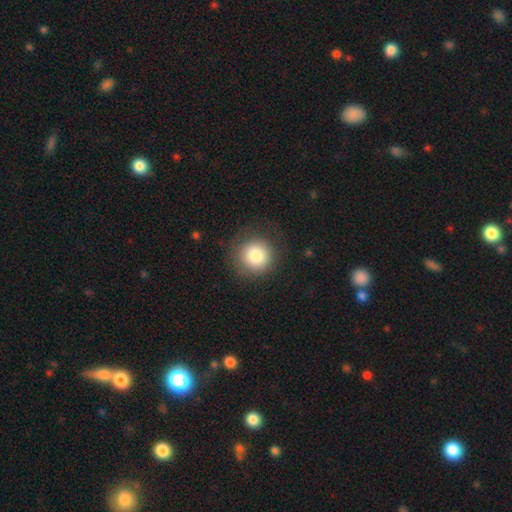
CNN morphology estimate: A smooth galaxy with no disk features (82%) that is round (94%).

Vote fractions:
- Smooth or featured? smooth: 82% / star or artifact: 9% / featured or disk: 9%
- How rounded? round: 94% / in between: 5% / cigar-shaped: 1%
- Merging? none: 82% / minor disturbance: 11% / major disturbance: 6% / merger: 1%